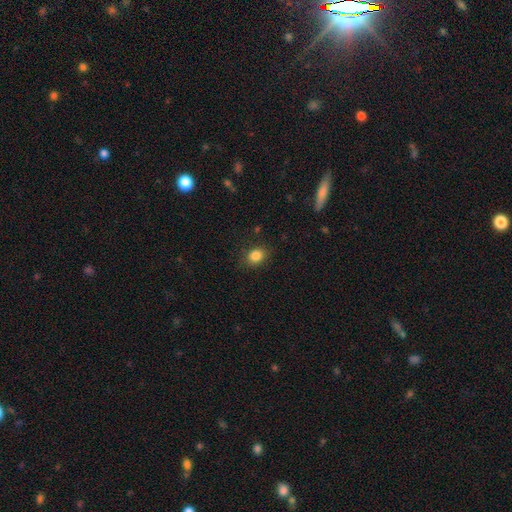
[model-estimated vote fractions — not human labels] This appears to be a smooth galaxy with no disk features (85%) that is round (50%). Merging: none (85%).